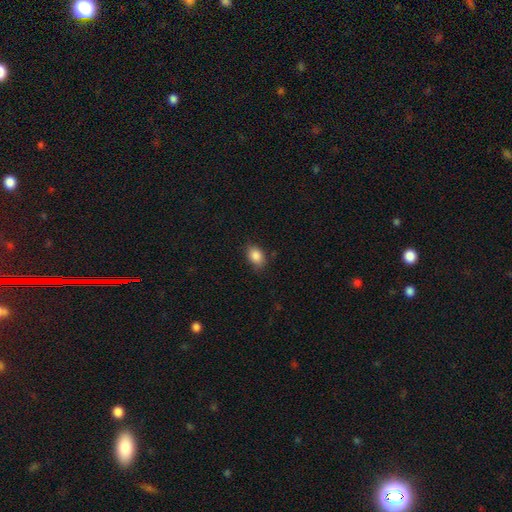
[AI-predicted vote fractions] The model was most divided on "how rounded": in between: 78%, round: 21%, cigar-shaped: 1%. More confident: smooth or featured — smooth (87%); merging — none (80%).